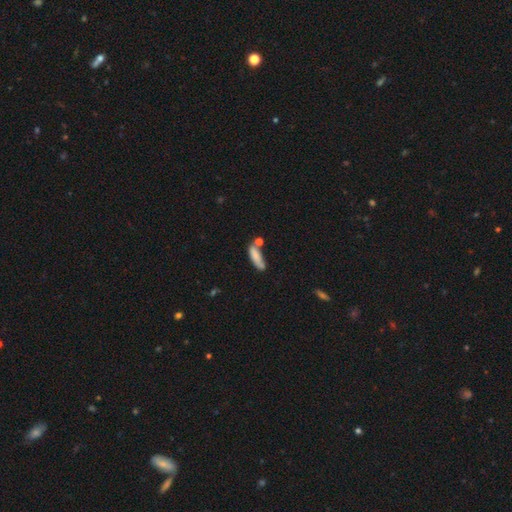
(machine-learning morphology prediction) type=smooth (80%); roundness=cigar-shaped (58%); merging=none (50%).